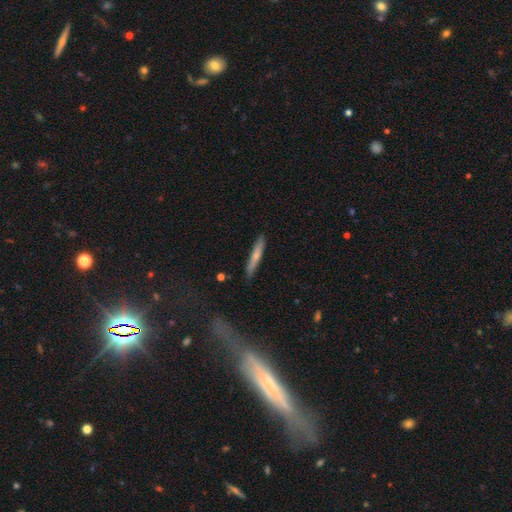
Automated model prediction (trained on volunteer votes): smooth-or-featured: smooth: 59% | featured or disk: 35% | star or artifact: 6%
  how-rounded: cigar-shaped: 94% | in between: 5% | round: 1%
  merging: none: 87% | minor disturbance: 10% | major disturbance: 2% | merger: 1%